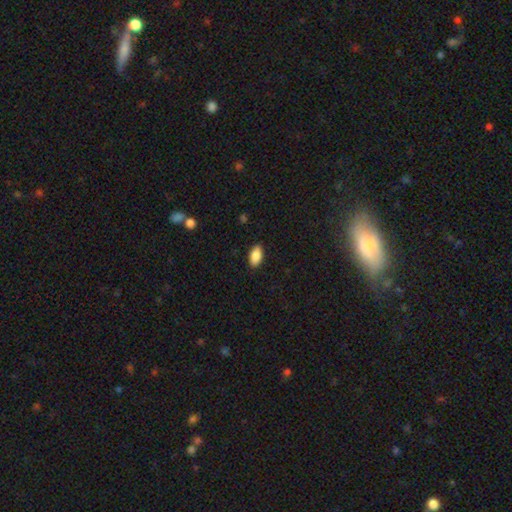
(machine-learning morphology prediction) smooth_or_featured: smooth (p=0.88) [alt: star or artifact p=0.07]
how_rounded: in between (p=0.94) [alt: round p=0.04]
merging: none (p=0.87) [alt: minor disturbance p=0.10]